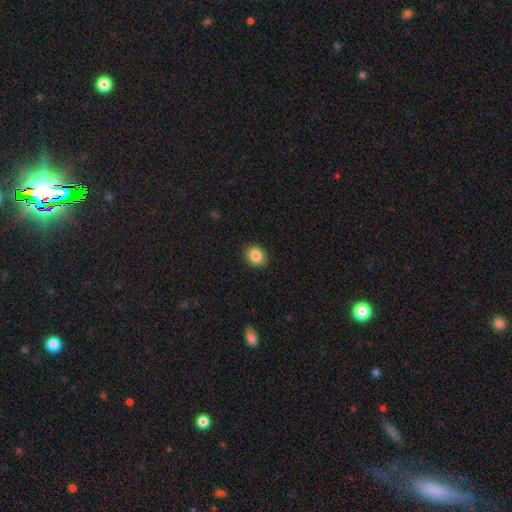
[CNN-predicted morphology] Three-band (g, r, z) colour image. It shows a smooth galaxy with no disk features (86%) that is round (62%). Merging: none (90%).